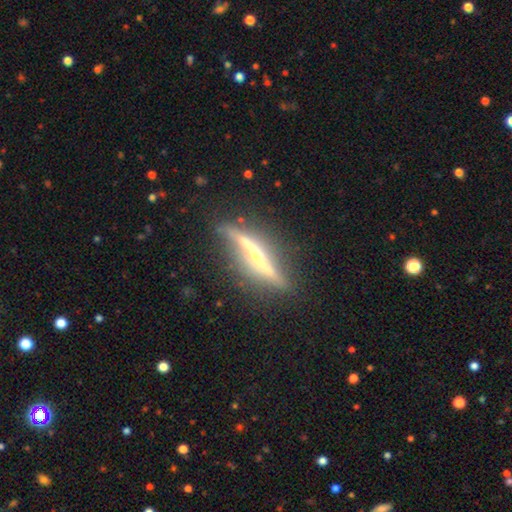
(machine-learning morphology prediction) Overall: featured or disk (85%). Edge-on disk: yes (89%). Edge-on bulge: rounded (90%). Merging: none (79%).